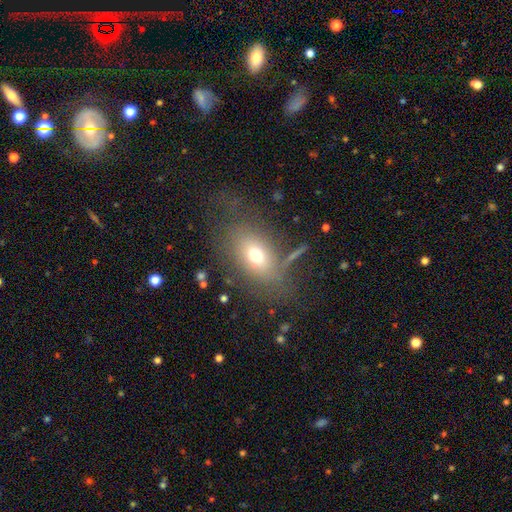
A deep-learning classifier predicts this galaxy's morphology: Smooth or featured?
  - smooth: 66% *
  - featured or disk: 20%
  - star or artifact: 13%
How rounded?
  - in between: 78% *
  - round: 19%
  - cigar-shaped: 3%
Merging?
  - none: 66% *
  - minor disturbance: 16%
  - major disturbance: 14%
  - merger: 5%